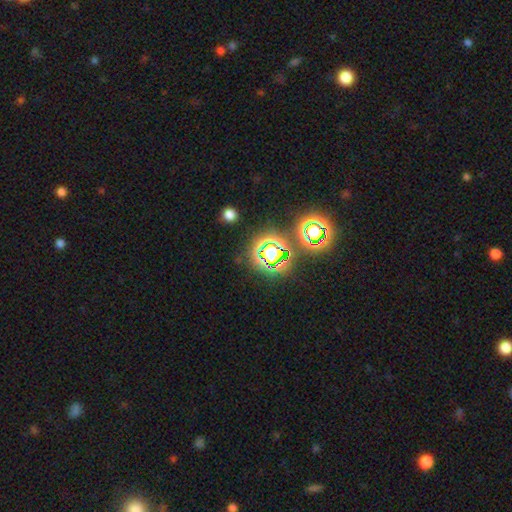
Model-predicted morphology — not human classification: A star or artifact, not a galaxy (77%).